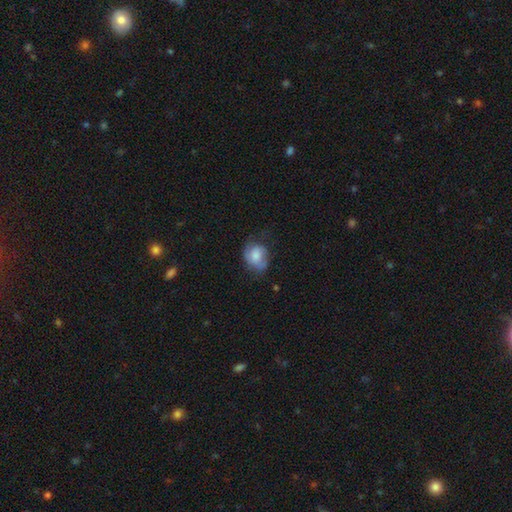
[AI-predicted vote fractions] Smooth or featured? Predicted: smooth (p=0.67). How rounded? Predicted: in between (p=0.55). Merging? Predicted: none (p=0.46).